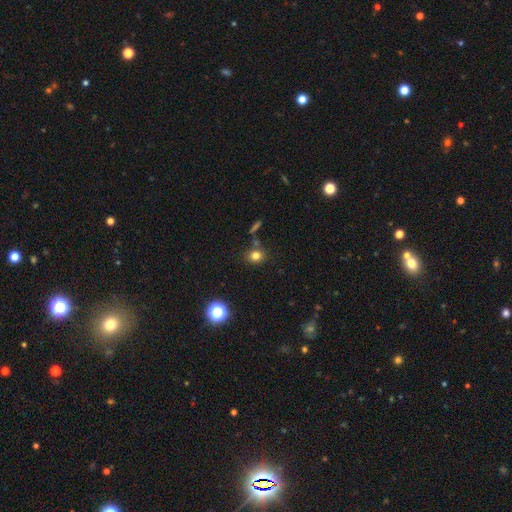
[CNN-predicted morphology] This appears to be a smooth galaxy with no disk features (78%) that is round (69%). Merging: none (76%).